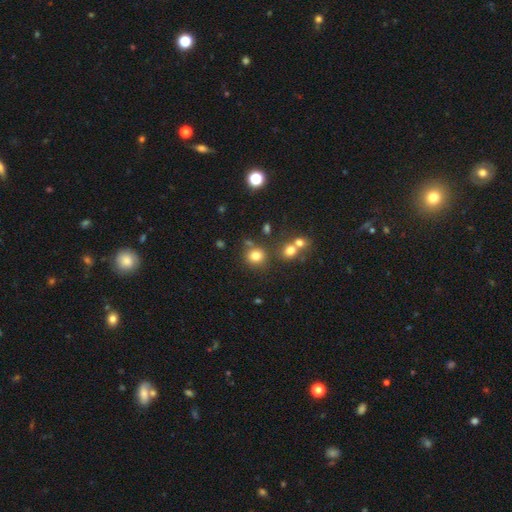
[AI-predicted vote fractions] Smooth or featured?
  - smooth: 78% *
  - star or artifact: 15%
  - featured or disk: 7%
How rounded?
  - round: 86% *
  - in between: 13%
  - cigar-shaped: 1%
Merging?
  - none: 73% *
  - merger: 13%
  - minor disturbance: 10%
  - major disturbance: 4%